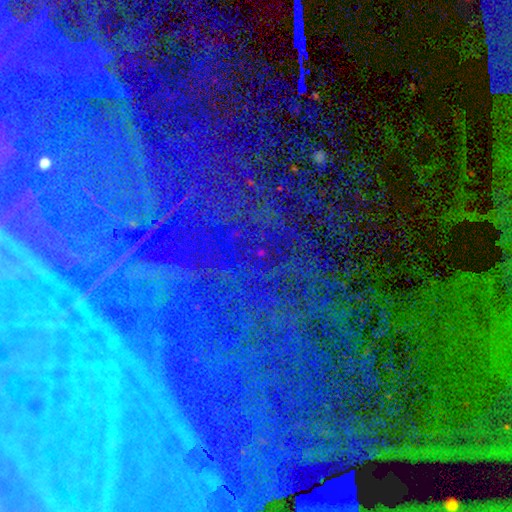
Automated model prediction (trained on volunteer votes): Morphology: type=star or artifact (82%).